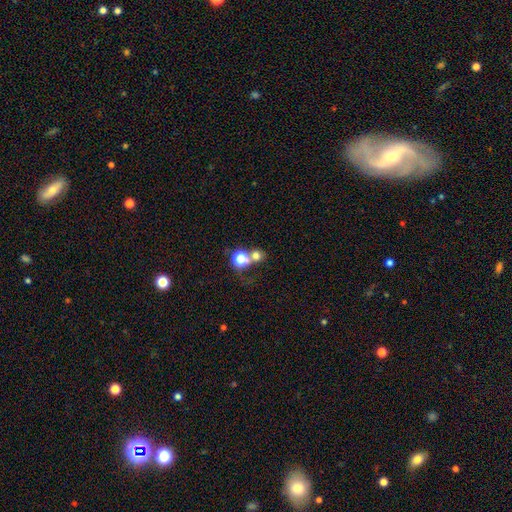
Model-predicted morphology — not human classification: Q: Smooth or featured?
A: smooth (72%); runner-up: star or artifact (17%)
Q: How rounded?
A: round (80%); runner-up: in between (19%)
Q: Merging?
A: none (44%); runner-up: merger (43%)